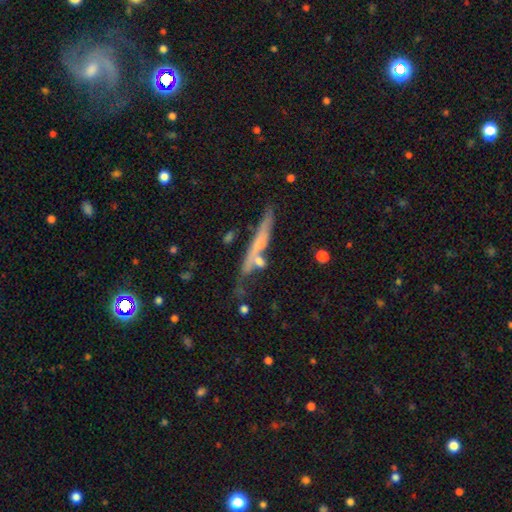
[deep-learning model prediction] Smooth or featured? featured or disk (48%)
Merging? none (57%)